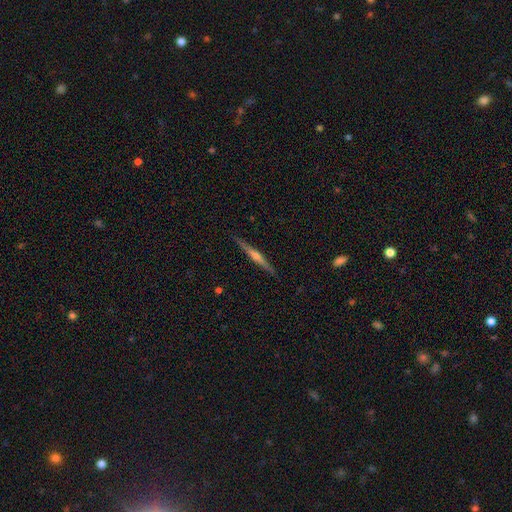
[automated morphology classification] This is likely a featured or disk galaxy (73%). It is clearly viewed edge-on (98%). Edge-on bulge: likely rounded (78%). Merging: clearly none (90%).